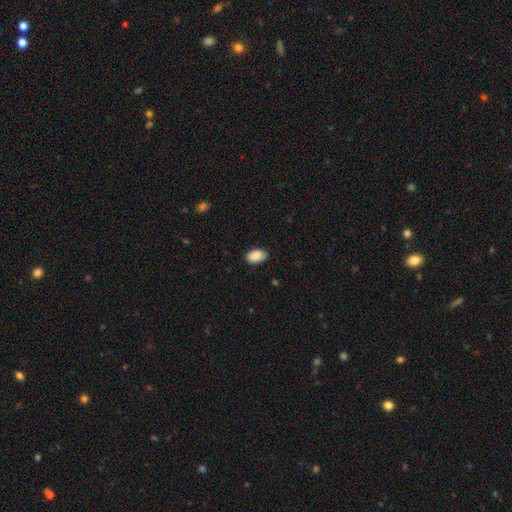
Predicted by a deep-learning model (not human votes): A smooth galaxy with no disk features (90%) that is in between round and cigar-shaped (91%).

Vote fractions:
- Smooth or featured? smooth: 90% / star or artifact: 7% / featured or disk: 4%
- How rounded? in between: 91% / round: 7% / cigar-shaped: 1%
- Merging? none: 85% / minor disturbance: 12% / major disturbance: 2% / merger: 1%